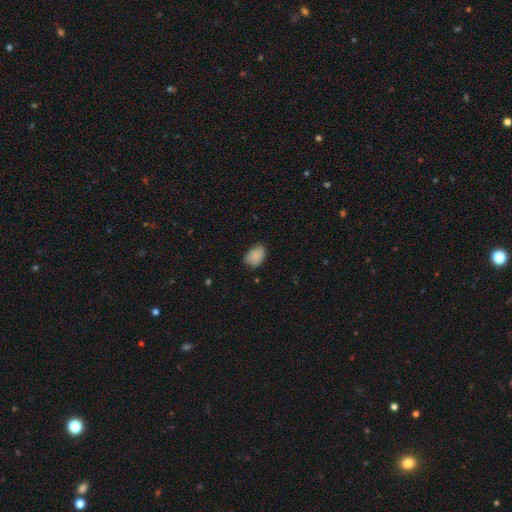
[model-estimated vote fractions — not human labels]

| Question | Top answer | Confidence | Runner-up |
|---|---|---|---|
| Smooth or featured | smooth | 85% | star or artifact (8%) |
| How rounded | in between | 77% | round (22%) |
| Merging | none | 64% | minor disturbance (30%) |